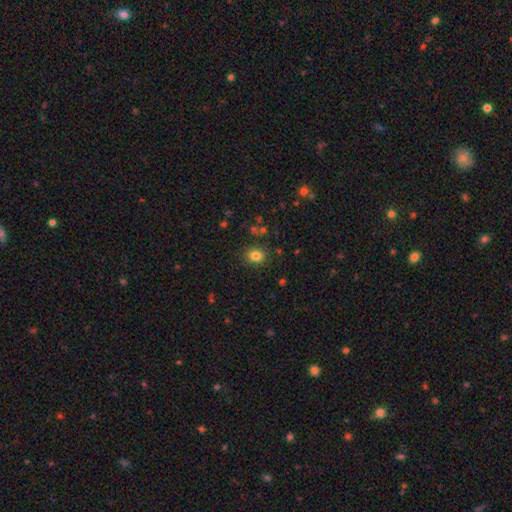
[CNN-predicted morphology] Smooth or featured? Predicted: smooth (p=0.81). How rounded? Predicted: round (p=0.55). Merging? Predicted: none (p=0.86).